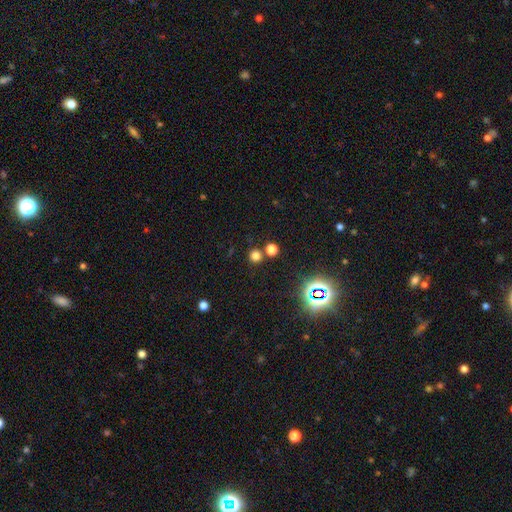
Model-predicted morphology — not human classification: A smooth galaxy with no disk features (67%) that is round (92%). Merging: none (76%).